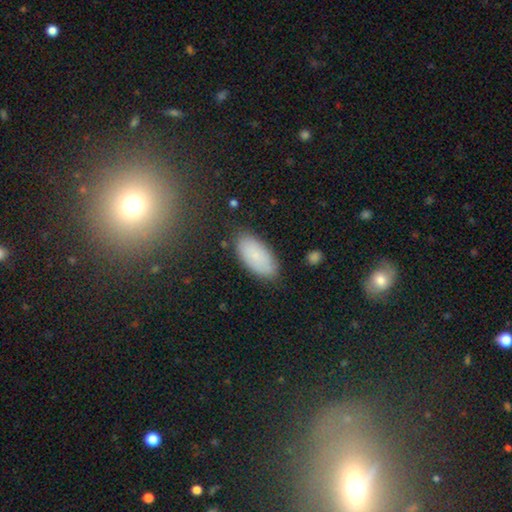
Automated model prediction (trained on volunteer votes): A smooth galaxy with no disk features (79%) that is in between round and cigar-shaped (93%).

Vote fractions:
- Smooth or featured? smooth: 79% / featured or disk: 13% / star or artifact: 9%
- How rounded? in between: 93% / cigar-shaped: 5% / round: 2%
- Merging? none: 81% / minor disturbance: 14% / major disturbance: 3% / merger: 2%